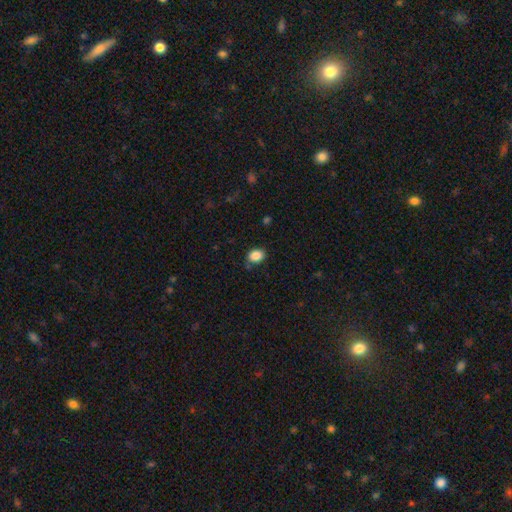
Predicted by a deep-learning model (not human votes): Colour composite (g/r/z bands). It shows a smooth galaxy with no disk features (87%) that is in between round and cigar-shaped (64%). Merging: none (78%).